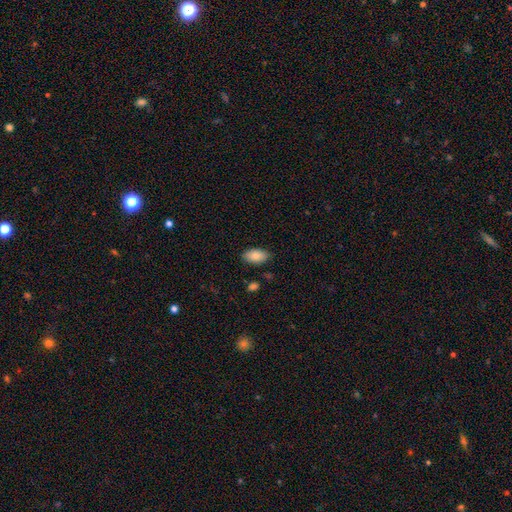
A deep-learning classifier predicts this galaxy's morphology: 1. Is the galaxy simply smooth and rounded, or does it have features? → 85% smooth, 8% featured or disk, 7% star or artifact.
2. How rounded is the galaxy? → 94% in between, 4% round, 2% cigar-shaped.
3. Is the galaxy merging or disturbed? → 86% none, 10% minor disturbance, 2% major disturbance, 2% merger.